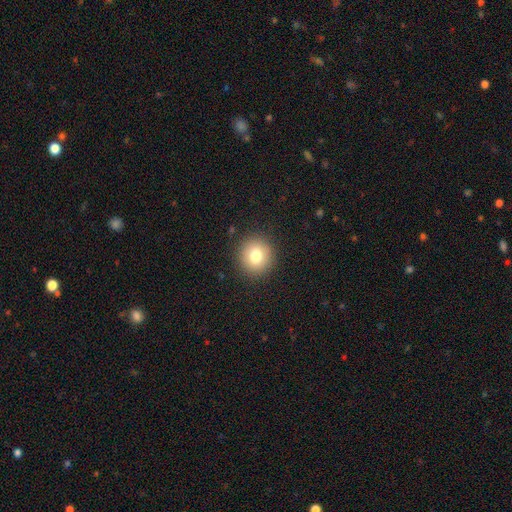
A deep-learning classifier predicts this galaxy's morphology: This appears to be a smooth galaxy with no disk features (78%) that is round (90%). Merging: none (90%).